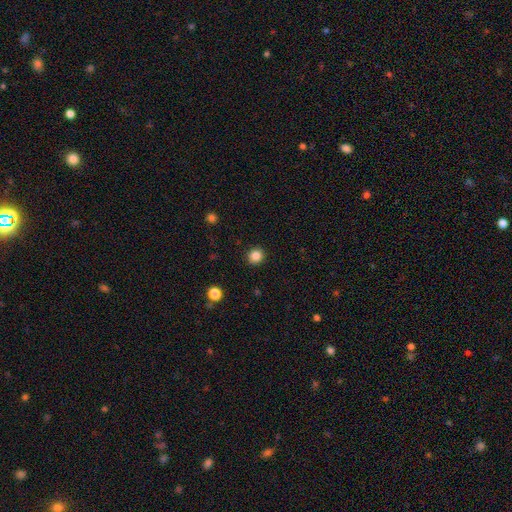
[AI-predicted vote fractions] A smooth galaxy with no disk features (85%) that is round (87%). Merging: none (91%).